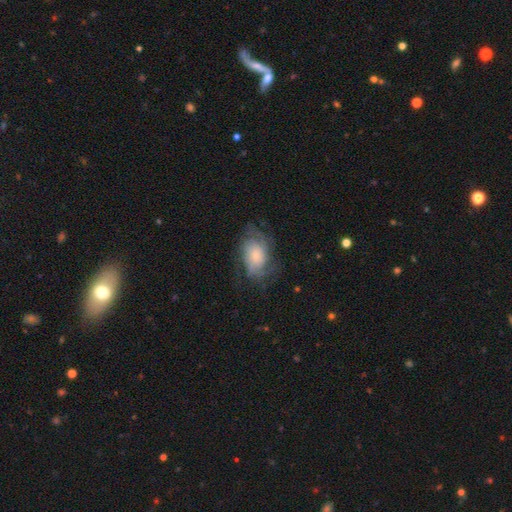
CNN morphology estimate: type=featured or disk (62%); edge-on=no (96%); bar=no (78%); spiral arms=yes (85%); winding=medium (40%); arm count=can't tell (41%); bulge=small (58%); merging=none (58%).